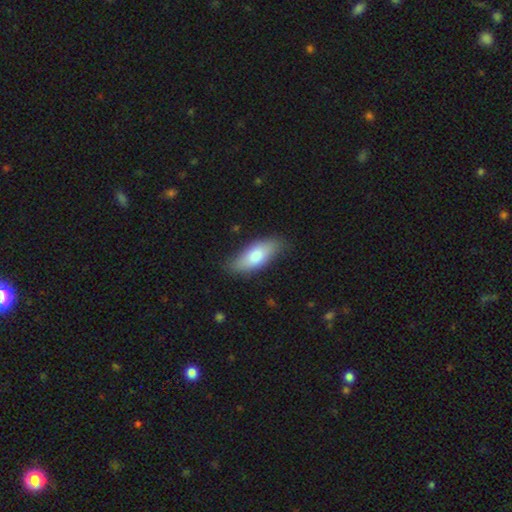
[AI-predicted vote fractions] This is likely a smooth galaxy (76%). How rounded: likely in between (80%). Merging: likely none (78%).